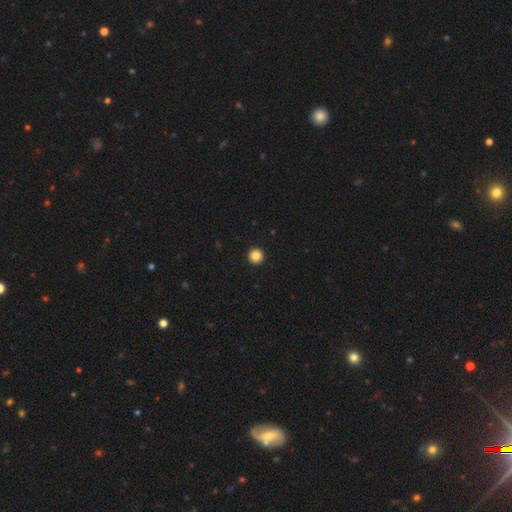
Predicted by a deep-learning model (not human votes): Q: Smooth or featured?
A: smooth (86%); runner-up: star or artifact (11%)
Q: How rounded?
A: round (97%); runner-up: in between (2%)
Q: Merging?
A: none (95%); runner-up: minor disturbance (3%)